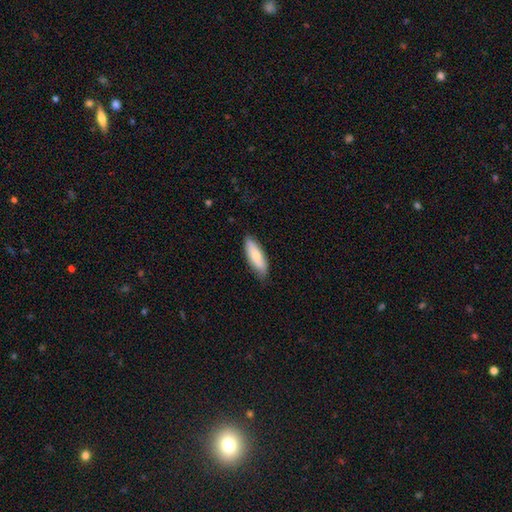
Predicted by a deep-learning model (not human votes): This is likely a smooth galaxy (70%). How rounded: likely in between (61%). Merging: likely none (80%).